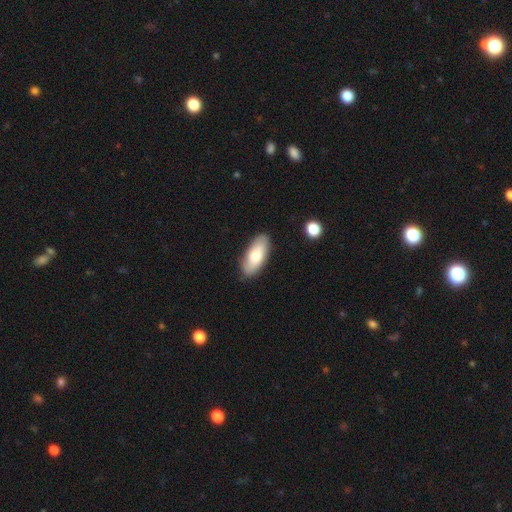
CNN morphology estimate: type=smooth (75%); roundness=in between (86%); merging=none (85%).